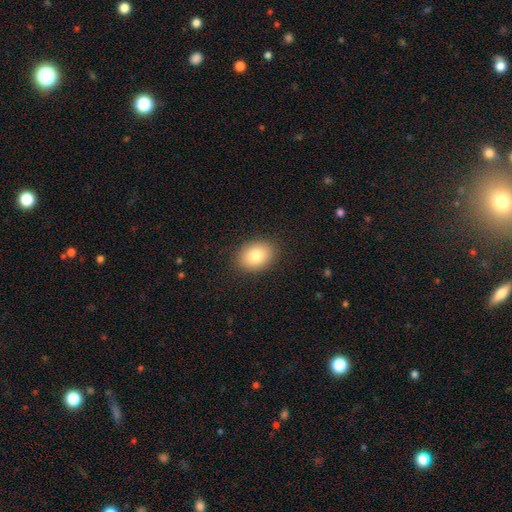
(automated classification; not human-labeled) A smooth galaxy with no disk features (82%) that is in between round and cigar-shaped (67%). Merging: none (89%).